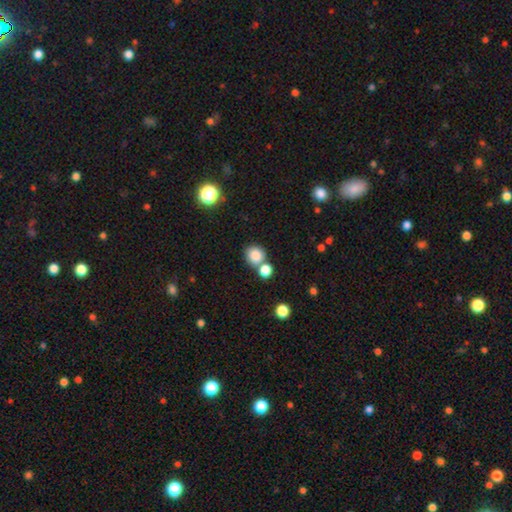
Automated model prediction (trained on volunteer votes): Smooth or featured: smooth — 84% (star or artifact — 11%)
How rounded: round — 83% (in between — 16%)
Merging: none — 62% (merger — 27%)